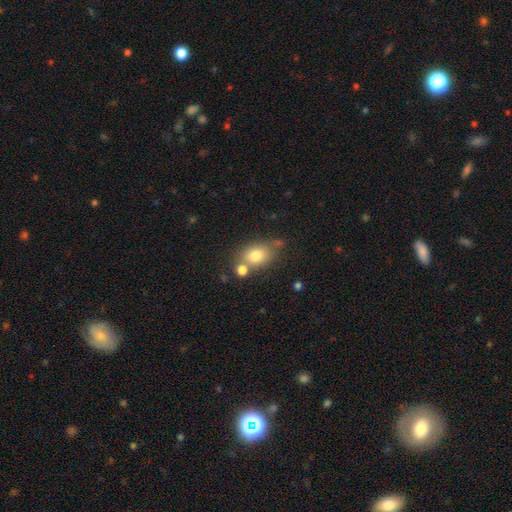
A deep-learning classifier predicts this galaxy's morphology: A smooth galaxy with no disk features (77%) that is in between round and cigar-shaped (65%). Merging: none (58%).